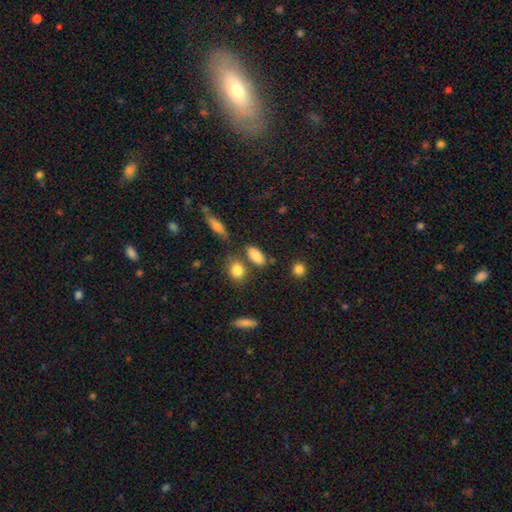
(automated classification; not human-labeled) smooth-or-featured: smooth: 83% | star or artifact: 9% | featured or disk: 8%
  how-rounded: in between: 85% | cigar-shaped: 8% | round: 7%
  merging: none: 70% | minor disturbance: 13% | merger: 13% | major disturbance: 4%